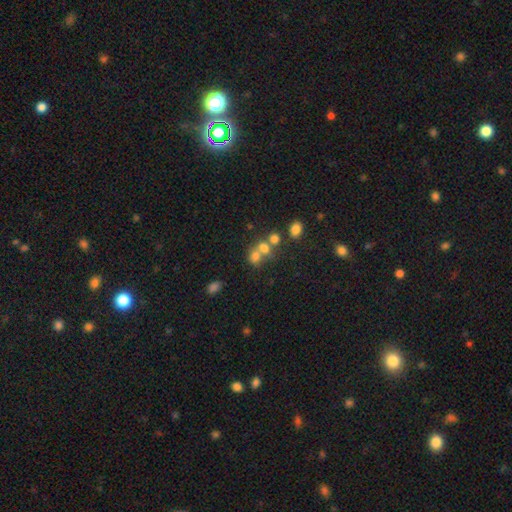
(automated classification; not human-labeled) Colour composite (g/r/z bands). It shows a smooth galaxy with no disk features (66%) that is round (62%). Merging: merger (57%).